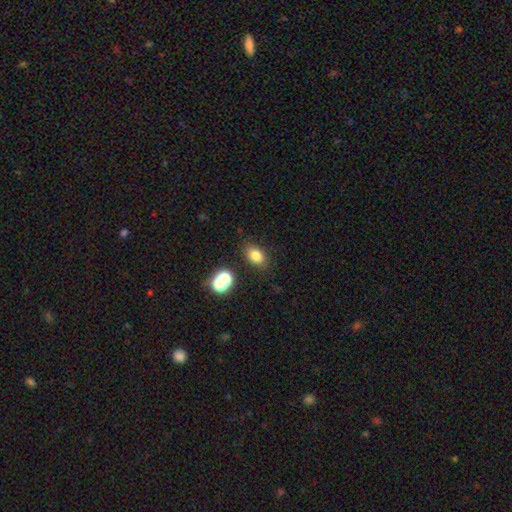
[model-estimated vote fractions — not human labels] smooth-or-featured: smooth: 79% | star or artifact: 12% | featured or disk: 8%
  how-rounded: in between: 78% | round: 21% | cigar-shaped: 2%
  merging: none: 80% | minor disturbance: 11% | merger: 6% | major disturbance: 3%